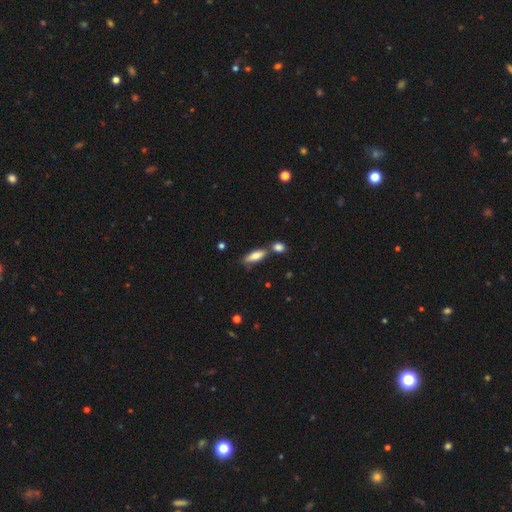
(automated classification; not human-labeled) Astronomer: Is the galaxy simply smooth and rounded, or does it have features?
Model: smooth — 77%.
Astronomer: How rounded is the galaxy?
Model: in between — 58% (runner-up: cigar-shaped, 40%).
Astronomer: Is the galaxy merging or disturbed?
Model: none — 60%.